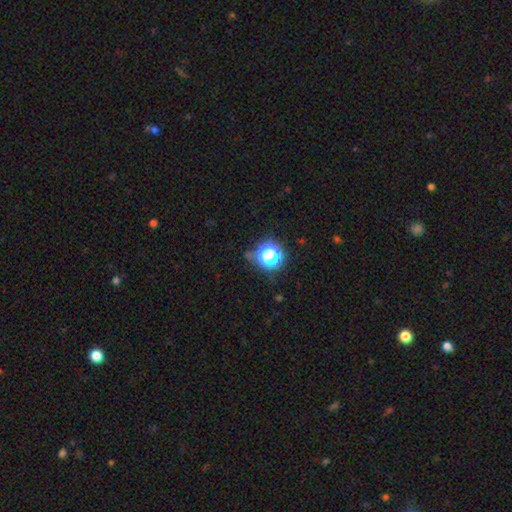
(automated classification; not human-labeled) Morphology: type=star or artifact (71%).